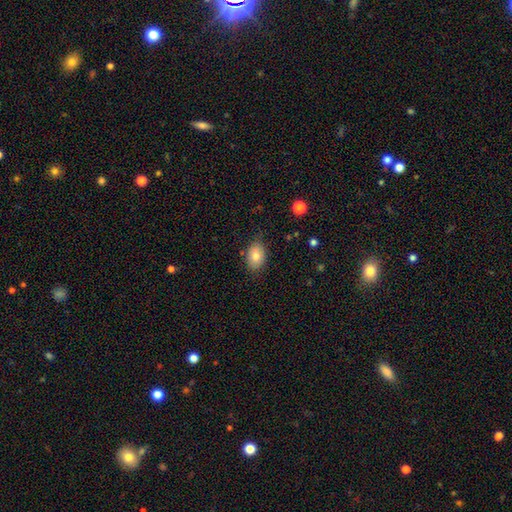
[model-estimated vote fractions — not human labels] This is clearly a smooth galaxy (81%). How rounded: clearly in between (83%). Merging: clearly none (80%).